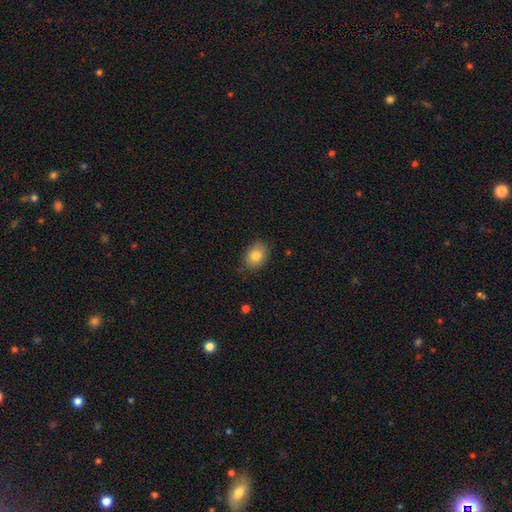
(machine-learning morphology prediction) A smooth galaxy with no disk features (82%) that is in between round and cigar-shaped (68%). Merging: none (81%).